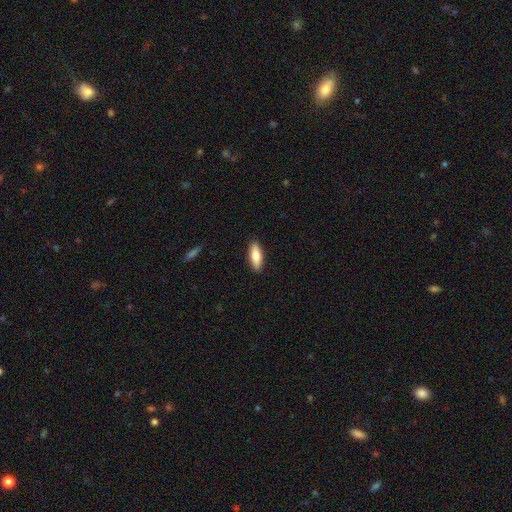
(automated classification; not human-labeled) smooth_or_featured: smooth (p=0.74) [alt: featured or disk p=0.20]
how_rounded: in between (p=0.57) [alt: cigar-shaped p=0.41]
merging: none (p=0.90) [alt: minor disturbance p=0.08]